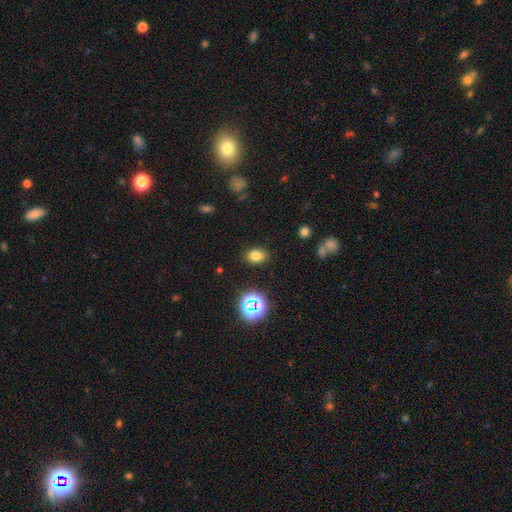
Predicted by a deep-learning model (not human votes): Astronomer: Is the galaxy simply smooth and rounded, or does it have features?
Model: smooth — 76%.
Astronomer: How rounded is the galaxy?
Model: in between — 74%.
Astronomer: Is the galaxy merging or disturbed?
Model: none — 86%.